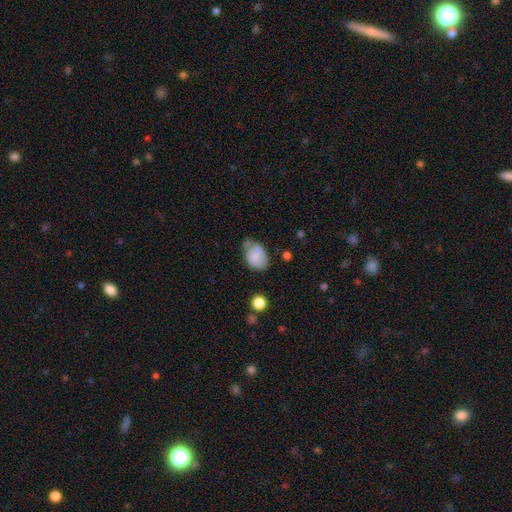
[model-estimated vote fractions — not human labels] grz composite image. It shows a smooth galaxy with no disk features (82%) that is in between round and cigar-shaped (76%). Merging: none (45%).